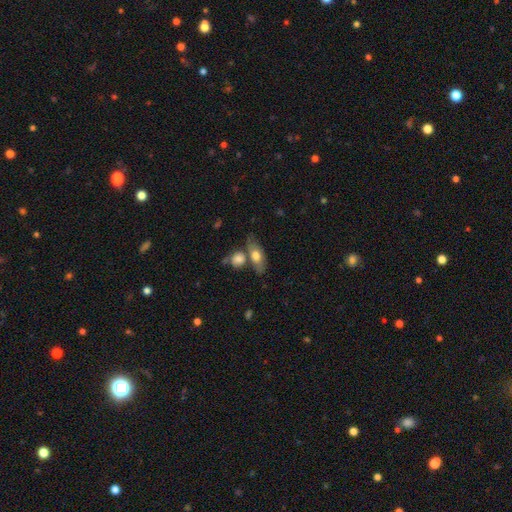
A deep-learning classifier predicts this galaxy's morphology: smooth-or-featured: smooth: 67% | featured or disk: 26% | star or artifact: 7%
  how-rounded: in between: 72% | cigar-shaped: 18% | round: 10%
  merging: none: 51% | merger: 29% | minor disturbance: 15% | major disturbance: 6%